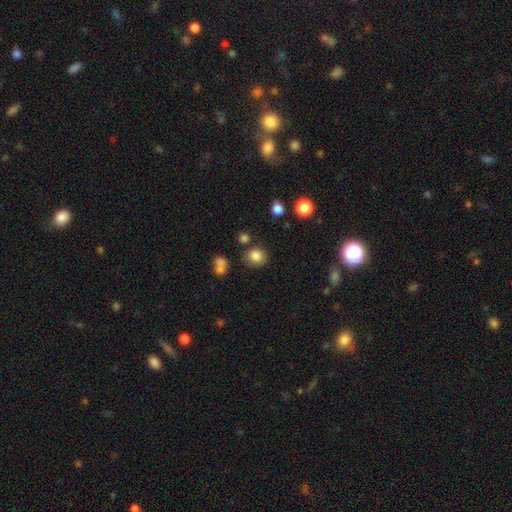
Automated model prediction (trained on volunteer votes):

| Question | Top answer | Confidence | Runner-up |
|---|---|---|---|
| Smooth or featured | smooth | 83% | star or artifact (11%) |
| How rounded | round | 79% | in between (20%) |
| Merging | none | 77% | minor disturbance (13%) |